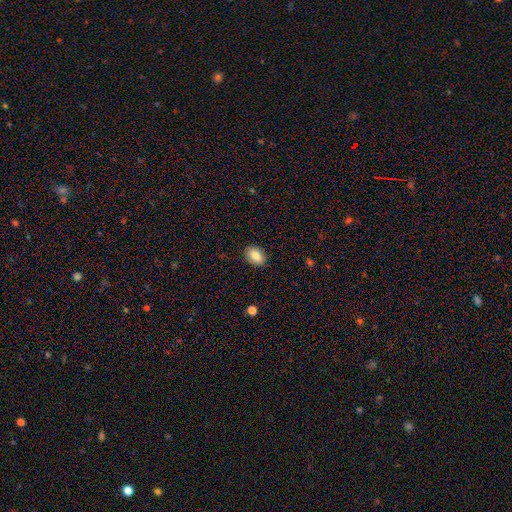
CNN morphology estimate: The model was most divided on "how rounded": in between: 73%, round: 26%, cigar-shaped: 1%. More confident: merging — none (90%); smooth or featured — smooth (84%).